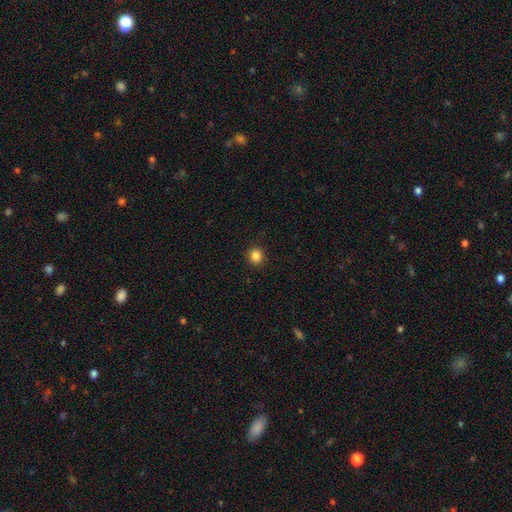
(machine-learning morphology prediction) smooth_or_featured: smooth (p=0.85) [alt: star or artifact p=0.11]
how_rounded: round (p=0.89) [alt: in between p=0.10]
merging: none (p=0.92) [alt: minor disturbance p=0.05]